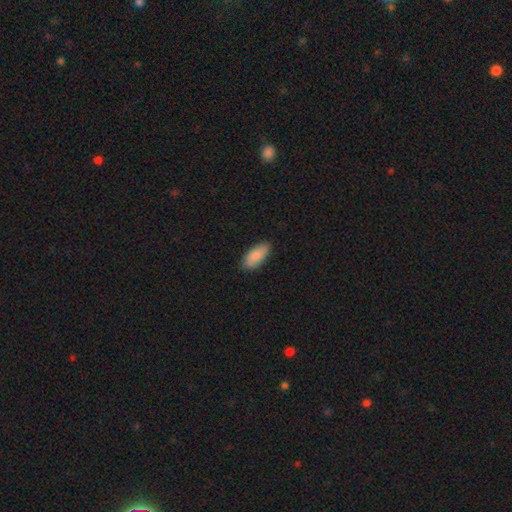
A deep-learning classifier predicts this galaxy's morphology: Smooth or featured: smooth — 86% (featured or disk — 8%)
How rounded: in between — 88% (cigar-shaped — 10%)
Merging: none — 83% (minor disturbance — 14%)